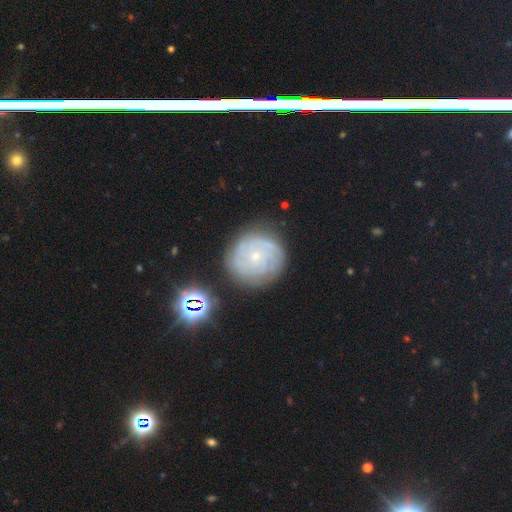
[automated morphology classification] A featured or disk galaxy (76%) with no bar (83%), tight (76%) spiral arms (91%) and a small central bulge (84%). Merging: none (77%).